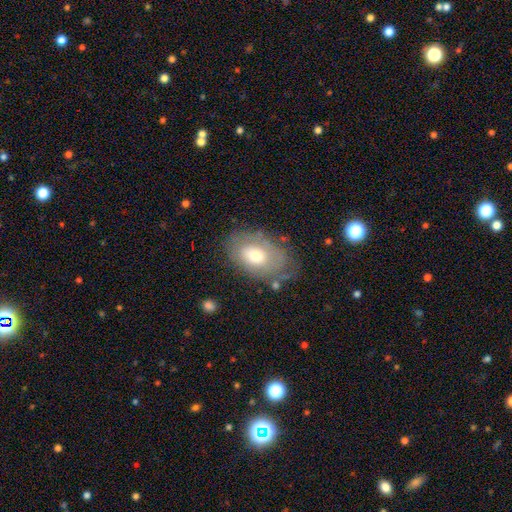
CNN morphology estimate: Smooth or featured? smooth (59%)
How rounded? in between (87%)
Merging? none (64%)